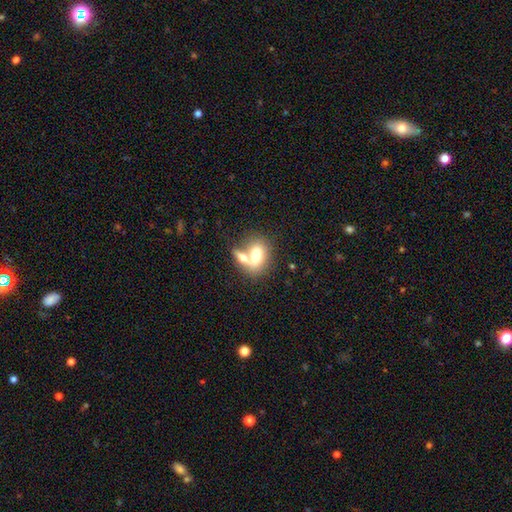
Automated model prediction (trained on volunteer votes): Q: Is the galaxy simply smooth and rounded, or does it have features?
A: smooth — 71%.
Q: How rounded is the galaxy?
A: in between — 78%.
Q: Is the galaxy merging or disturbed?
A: merger — 58%.